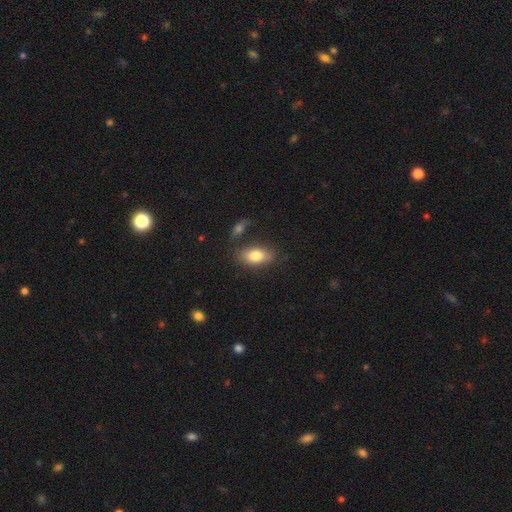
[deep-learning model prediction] smooth 80%, featured or disk 13%, star or artifact 7%. Down the decision tree: how rounded — in between (89%); merging — none (72%).